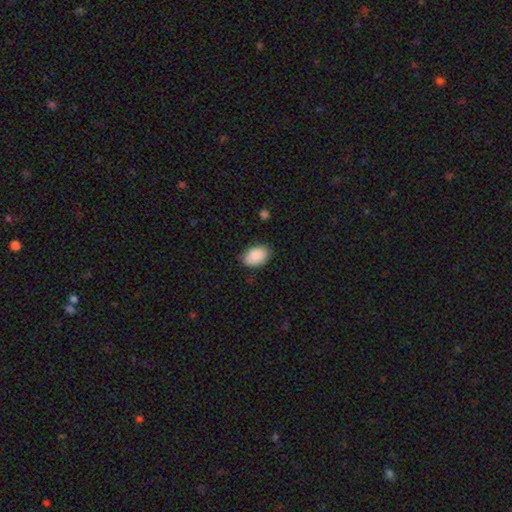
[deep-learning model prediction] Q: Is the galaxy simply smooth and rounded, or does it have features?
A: smooth — 90%.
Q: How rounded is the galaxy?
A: in between — 88%.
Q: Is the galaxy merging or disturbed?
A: none — 82%.